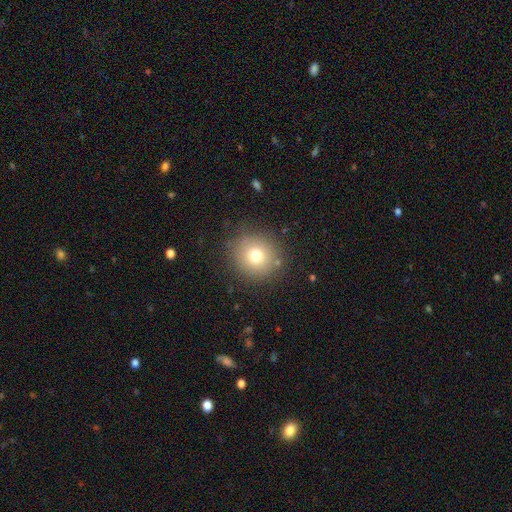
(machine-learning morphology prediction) A smooth galaxy with no disk features (74%) that is round (92%).

Vote fractions:
- Smooth or featured? smooth: 74% / star or artifact: 13% / featured or disk: 13%
- How rounded? round: 92% / in between: 7% / cigar-shaped: 1%
- Merging? none: 85% / minor disturbance: 9% / major disturbance: 4% / merger: 2%